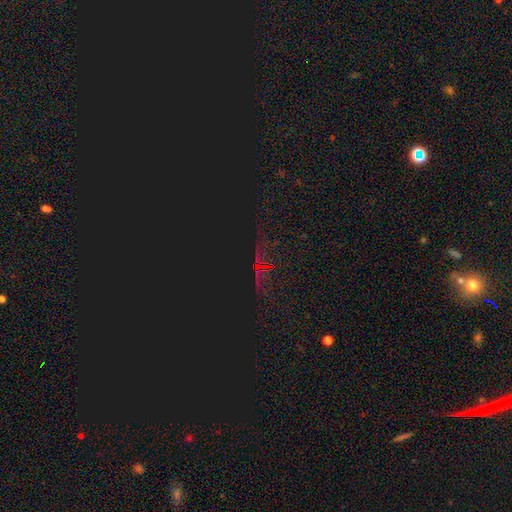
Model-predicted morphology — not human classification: A star or artifact, not a galaxy (84%).